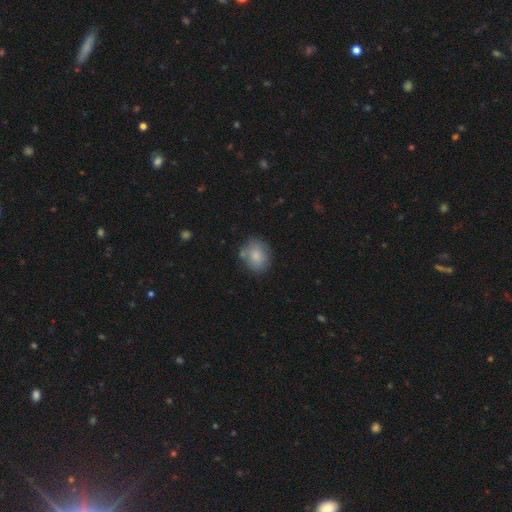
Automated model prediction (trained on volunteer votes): Smooth or featured? Predicted: smooth (p=0.82). How rounded? Predicted: round (p=0.56). Merging? Predicted: none (p=0.73).